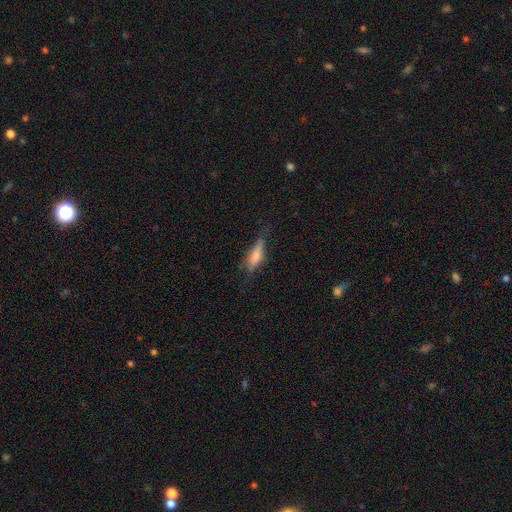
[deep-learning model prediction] This is likely a smooth galaxy (68%). How rounded: possibly in between (52%). Merging: possibly none (57%).